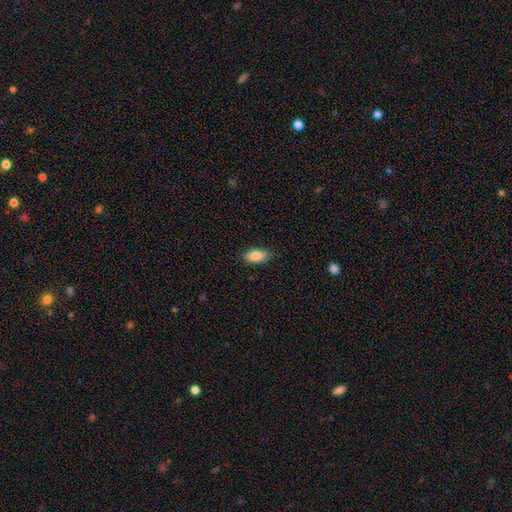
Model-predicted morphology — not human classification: The model was most divided on "merging": none: 87%, minor disturbance: 10%, major disturbance: 2%, merger: 1%. More confident: how rounded — in between (90%); smooth or featured — smooth (86%).